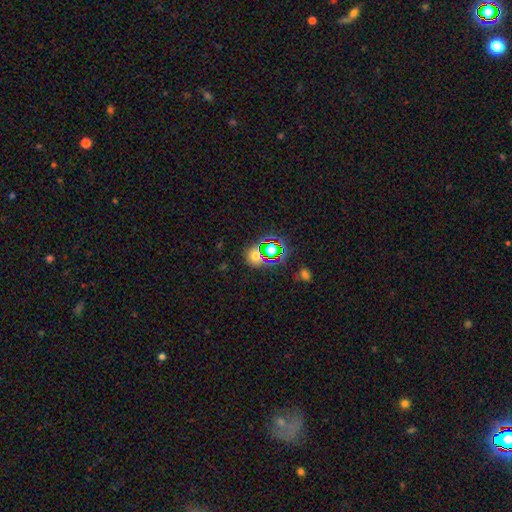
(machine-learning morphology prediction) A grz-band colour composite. It shows a smooth galaxy with no disk features (50%). Merging: none (70%).